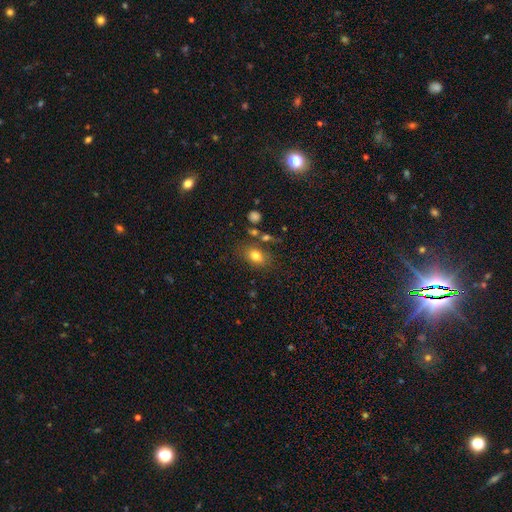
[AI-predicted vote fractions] This is likely a smooth galaxy (78%). How rounded: likely in between (73%). Merging: likely none (71%).